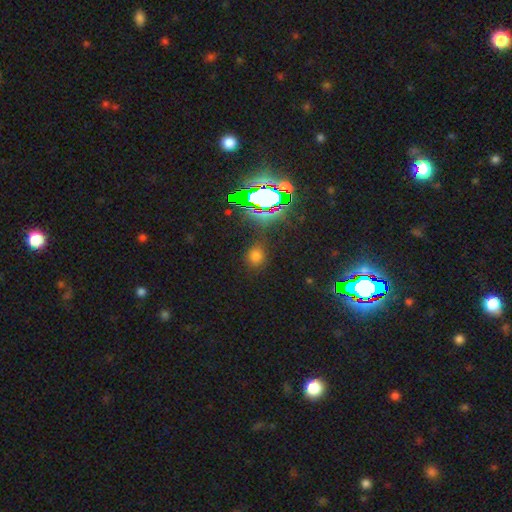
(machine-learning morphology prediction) smooth 61%, star or artifact 32%, featured or disk 7%. Down the decision tree: how rounded — round (81%); merging — none (86%).